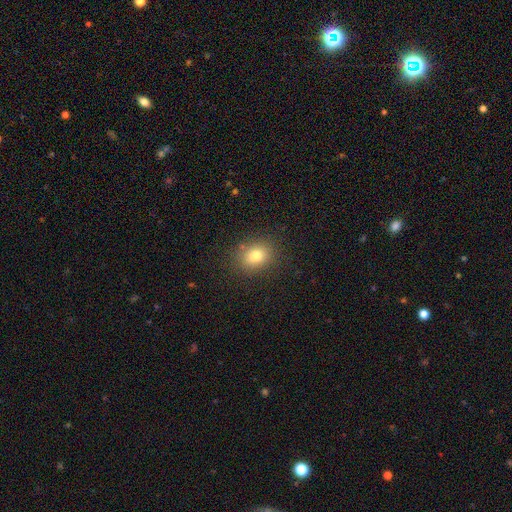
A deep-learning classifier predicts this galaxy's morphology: smooth-or-featured: smooth: 78% | star or artifact: 13% | featured or disk: 9%
  how-rounded: round: 52% | in between: 47% | cigar-shaped: 1%
  merging: none: 86% | minor disturbance: 9% | major disturbance: 3% | merger: 1%